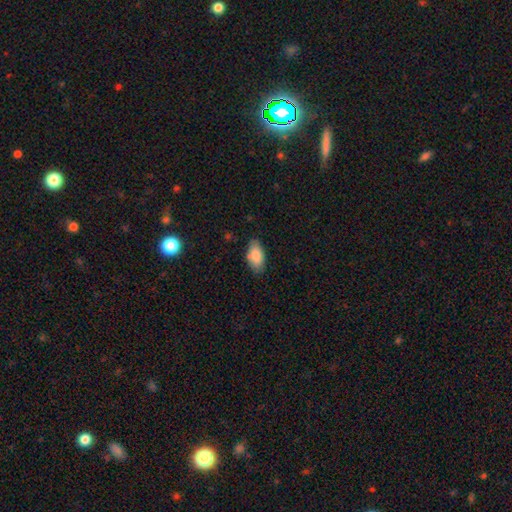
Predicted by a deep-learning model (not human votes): Overall: smooth (85%). How rounded: in between (93%). Merging: none (78%).